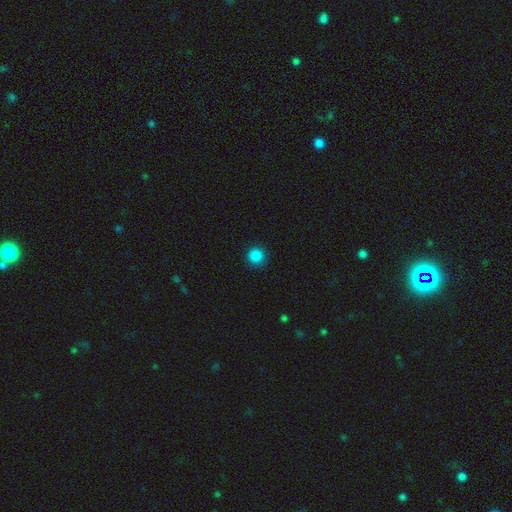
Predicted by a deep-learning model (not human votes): smooth_or_featured: smooth (p=0.86) [alt: star or artifact p=0.11]
how_rounded: round (p=0.94) [alt: in between p=0.05]
merging: none (p=0.90) [alt: minor disturbance p=0.07]